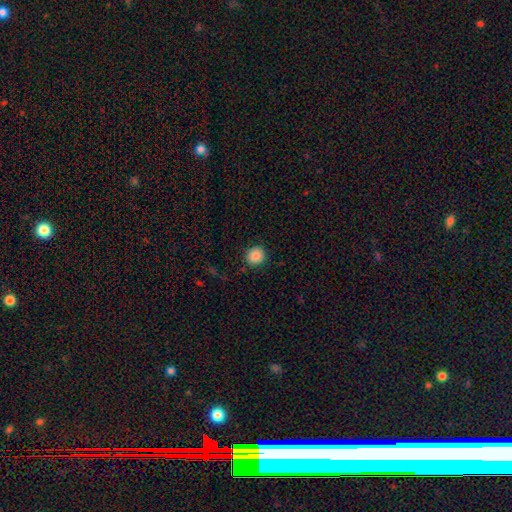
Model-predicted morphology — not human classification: Smooth or featured?
  - smooth: 87% *
  - star or artifact: 9%
  - featured or disk: 4%
How rounded?
  - round: 89% *
  - in between: 10%
  - cigar-shaped: 1%
Merging?
  - none: 90% *
  - minor disturbance: 7%
  - major disturbance: 2%
  - merger: 1%